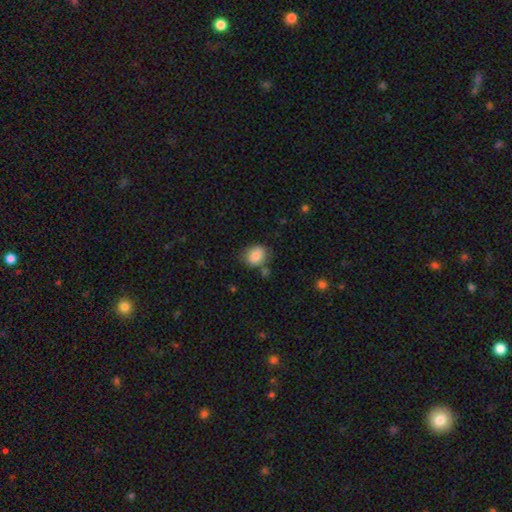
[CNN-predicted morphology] smooth 85%, star or artifact 8%, featured or disk 7%. Down the decision tree: how rounded — in between (56%); merging — none (65%).